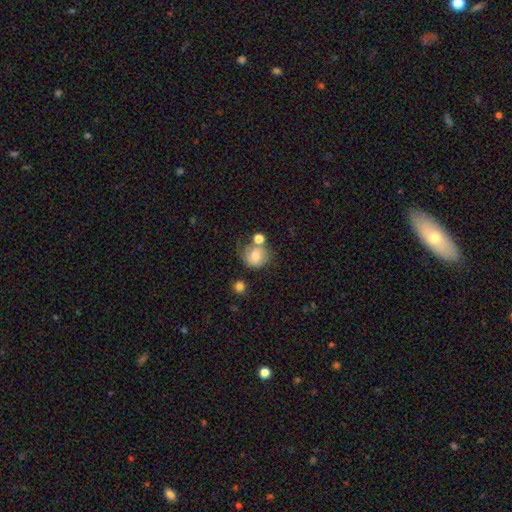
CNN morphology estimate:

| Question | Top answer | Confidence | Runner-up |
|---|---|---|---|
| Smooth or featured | smooth | 64% | featured or disk (27%) |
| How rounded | round | 78% | in between (21%) |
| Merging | none | 45% | merger (23%) |